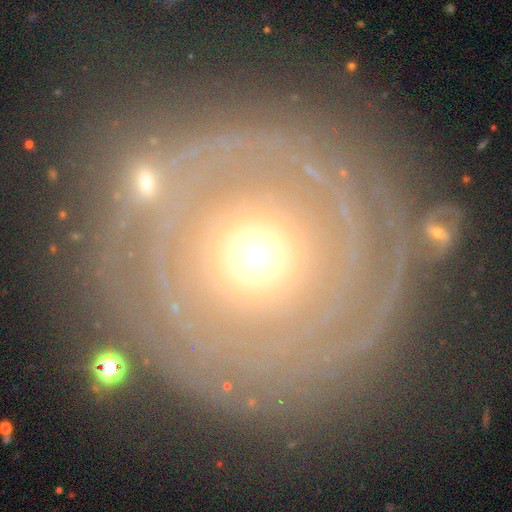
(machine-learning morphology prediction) smooth-or-featured: featured or disk: 74% | smooth: 18% | star or artifact: 8%
  disk-edge-on: no: 95% | yes: 5%
    bar: no: 86% | weak: 9% | strong: 5%
    has-spiral-arms: yes: 66% | no: 34%
    bulge-size: moderate: 52% | small: 34% | large: 10% | dominant: 2% | none: 2%
  merging: none: 72% | minor disturbance: 13% | major disturbance: 9% | merger: 5%